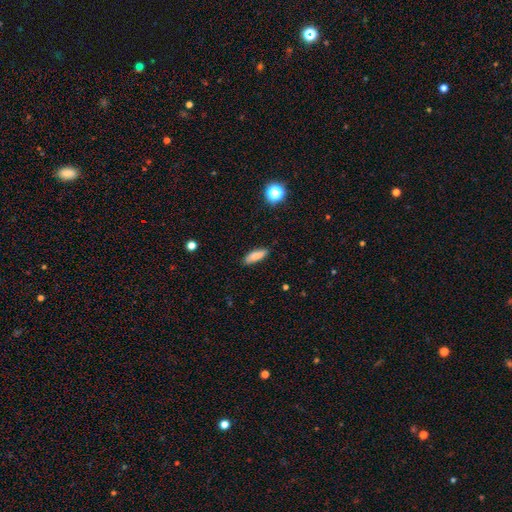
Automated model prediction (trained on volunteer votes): This is clearly a smooth galaxy (85%). How rounded: possibly in between (60%). Merging: clearly none (85%).